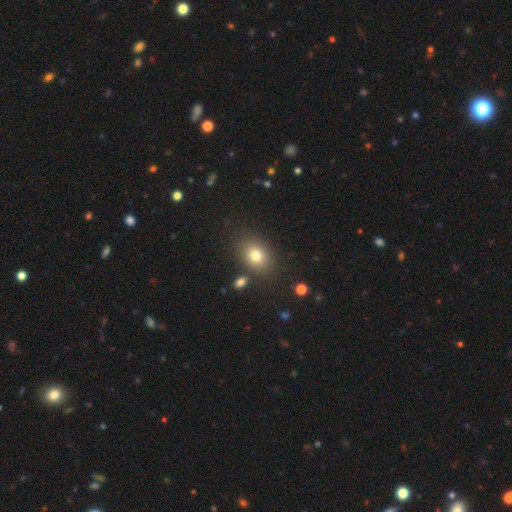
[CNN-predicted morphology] smooth_or_featured: smooth (p=0.77) [alt: star or artifact p=0.12]
how_rounded: in between (p=0.63) [alt: round p=0.36]
merging: none (p=0.80) [alt: minor disturbance p=0.11]